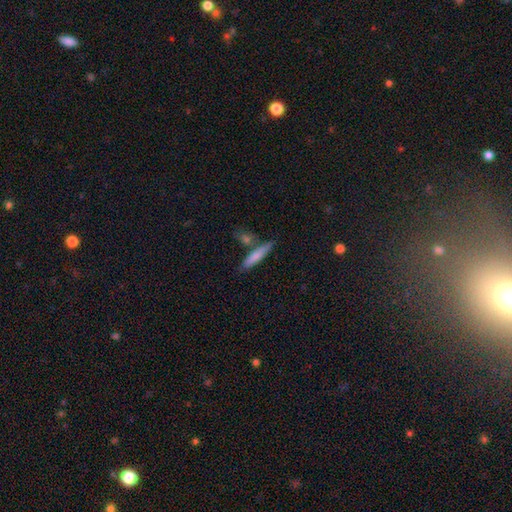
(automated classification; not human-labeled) This is likely a smooth galaxy (72%). How rounded: clearly cigar-shaped (87%). Merging: likely none (73%).